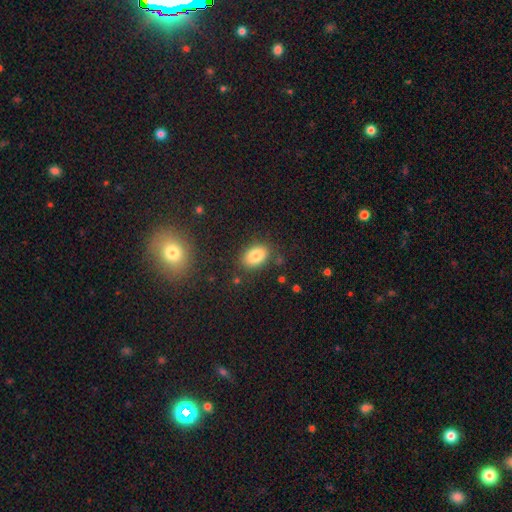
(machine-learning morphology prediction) A smooth galaxy with no disk features (83%) that is in between round and cigar-shaped (81%). Merging: none (82%).